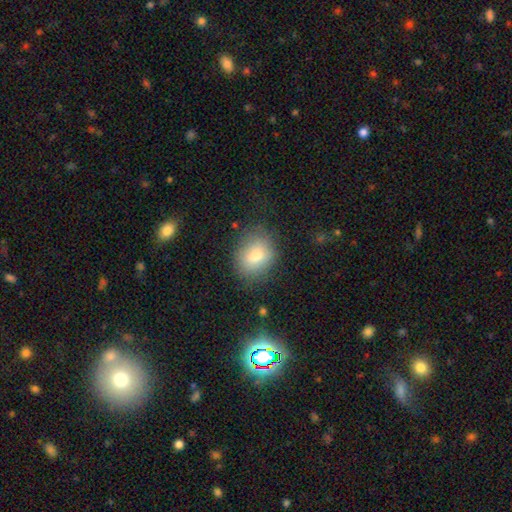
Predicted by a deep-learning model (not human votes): A smooth galaxy with no disk features (76%) that is round (51%). Merging: none (80%).